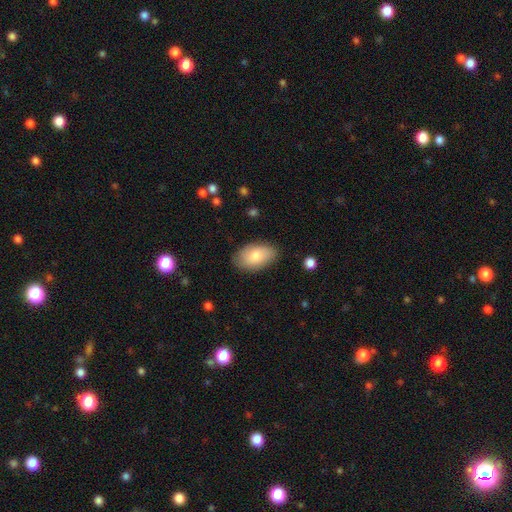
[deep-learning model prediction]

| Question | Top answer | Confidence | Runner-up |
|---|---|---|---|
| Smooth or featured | smooth | 79% | featured or disk (15%) |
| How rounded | in between | 93% | round (5%) |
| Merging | none | 81% | minor disturbance (14%) |